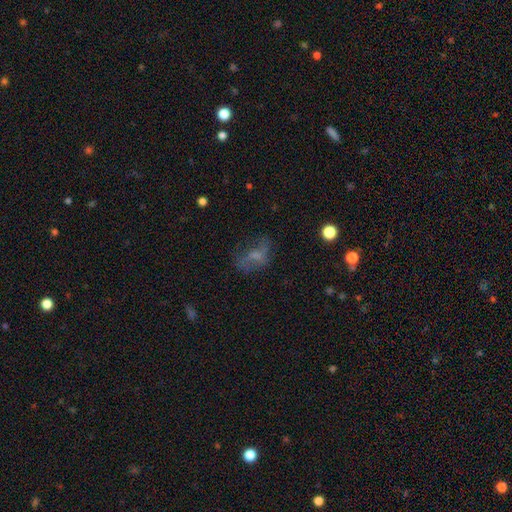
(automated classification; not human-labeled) smooth_or_featured: smooth (p=0.43) [alt: featured or disk p=0.38]
merging: none (p=0.45) [alt: major disturbance p=0.29]